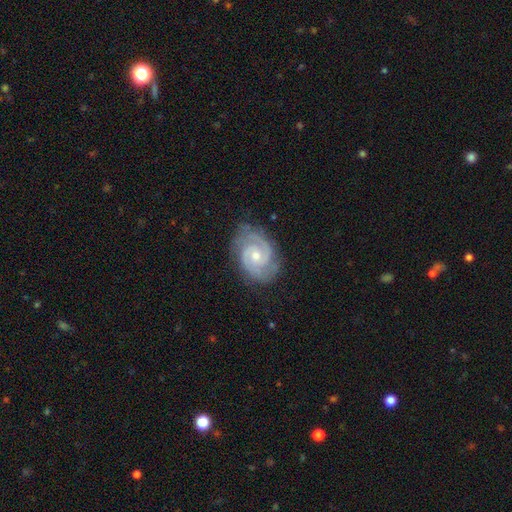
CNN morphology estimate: featured or disk 91%, star or artifact 5%, smooth 4%. Down the decision tree: edge-on disk — no (98%); bar — no (62%); spiral arms — yes (98%); spiral arm count — 2 (80%); spiral winding — tight (61%); bulge size — small (53%); merging — none (81%).